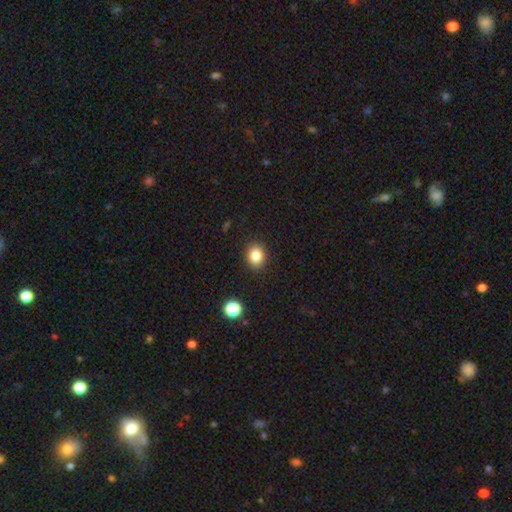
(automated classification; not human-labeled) A smooth galaxy with no disk features (84%) that is round (54%).

Vote fractions:
- Smooth or featured? smooth: 84% / star or artifact: 11% / featured or disk: 5%
- How rounded? round: 54% / in between: 45% / cigar-shaped: 1%
- Merging? none: 89% / minor disturbance: 7% / major disturbance: 2% / merger: 1%